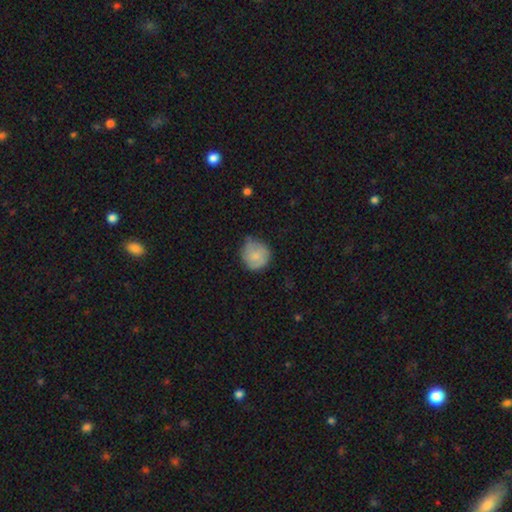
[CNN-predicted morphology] A smooth galaxy with no disk features (76%) that is round (90%). Merging: none (56%).